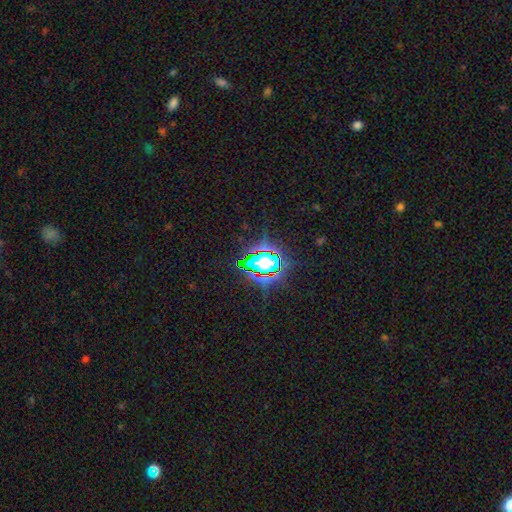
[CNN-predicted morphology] Smooth or featured? Predicted: star or artifact (p=0.77).